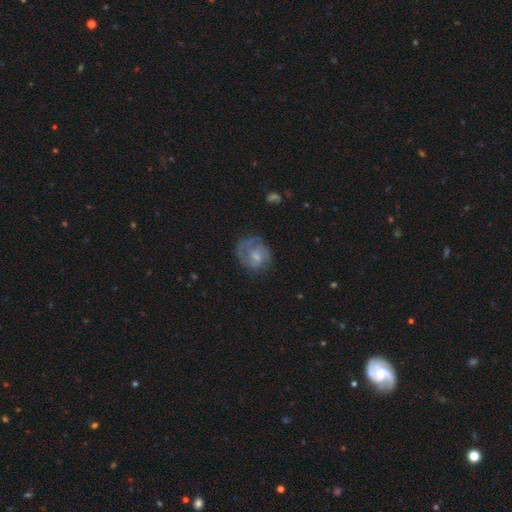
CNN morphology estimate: type=featured or disk (64%); edge-on=no (98%); bar=no (61%); spiral arms=yes (80%); bulge=small (45%); merging=none (59%).